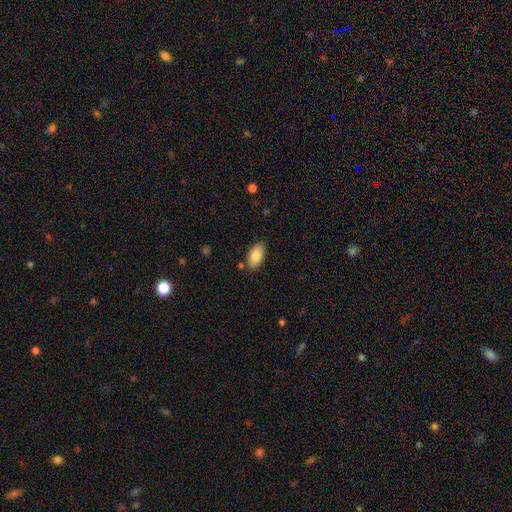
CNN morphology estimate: This is clearly a smooth galaxy (85%). How rounded: clearly in between (94%). Merging: clearly none (84%).